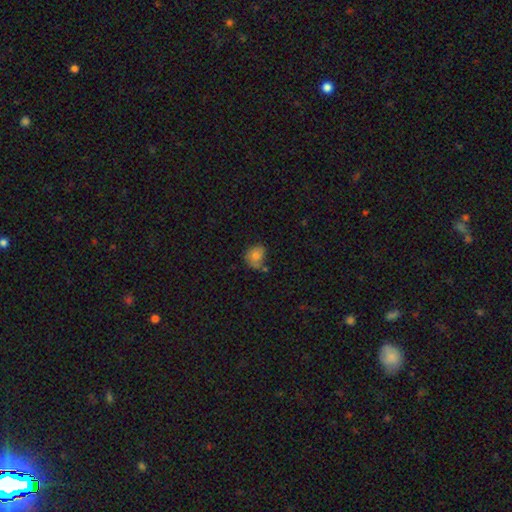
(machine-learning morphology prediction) Smooth or featured? Predicted: smooth (p=0.74). How rounded? Predicted: round (p=0.61). Merging? Predicted: none (p=0.48).